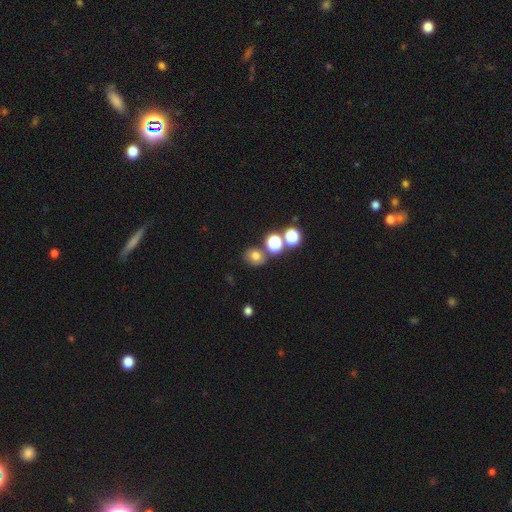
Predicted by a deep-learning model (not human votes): This appears to be a smooth galaxy with no disk features (69%) that is round (61%). Merging: none (68%).